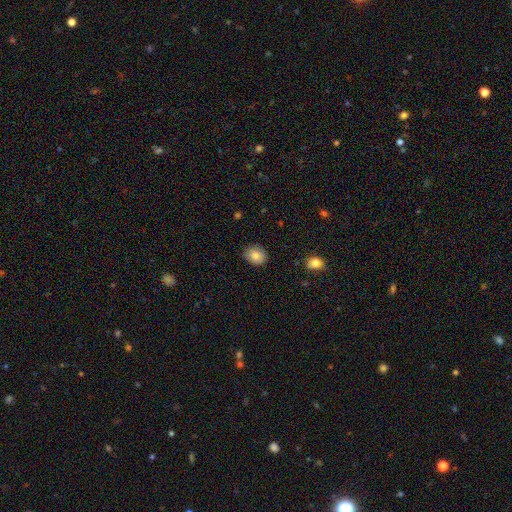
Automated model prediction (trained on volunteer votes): The model was most divided on "how rounded": round: 60%, in between: 39%, cigar-shaped: 1%. More confident: smooth or featured — smooth (84%); merging — none (83%).